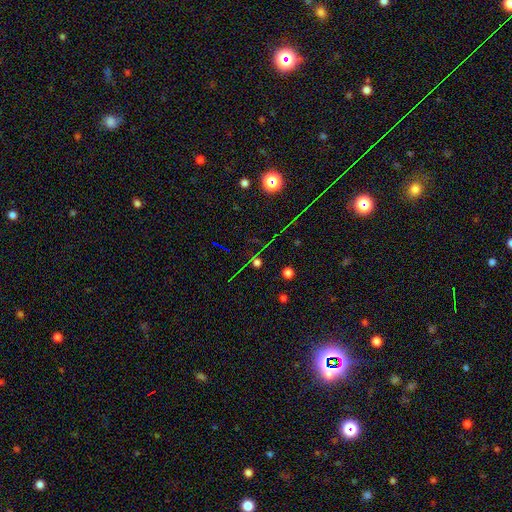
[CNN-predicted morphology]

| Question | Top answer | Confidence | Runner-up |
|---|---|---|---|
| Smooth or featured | star or artifact | 74% | smooth (17%) |